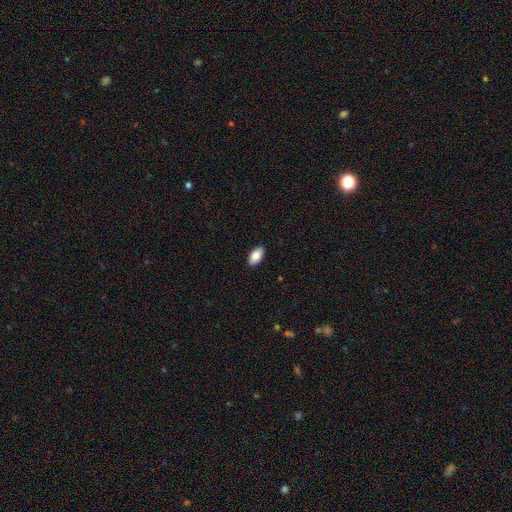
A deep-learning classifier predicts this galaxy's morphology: A smooth galaxy with no disk features (86%) that is in between round and cigar-shaped (95%).

Vote fractions:
- Smooth or featured? smooth: 86% / featured or disk: 8% / star or artifact: 6%
- How rounded? in between: 95% / round: 3% / cigar-shaped: 2%
- Merging? none: 90% / minor disturbance: 7% / major disturbance: 2% / merger: 1%